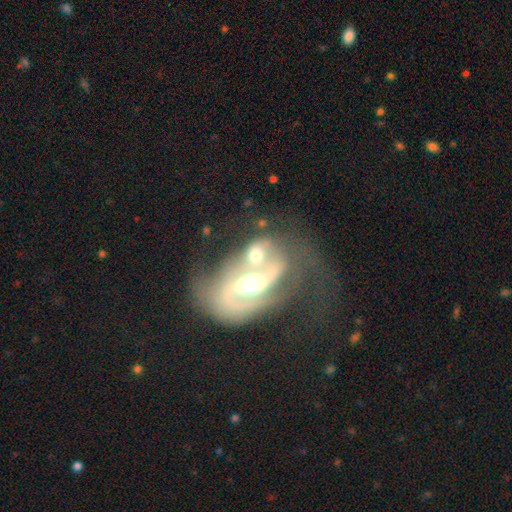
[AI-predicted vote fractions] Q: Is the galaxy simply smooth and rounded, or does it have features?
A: featured or disk — 72%.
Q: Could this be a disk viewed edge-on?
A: no — 94%.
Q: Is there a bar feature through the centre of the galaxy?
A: no — 41%.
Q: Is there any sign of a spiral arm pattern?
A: yes — 76%.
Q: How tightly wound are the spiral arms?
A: medium — 43%.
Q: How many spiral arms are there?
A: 2 — 69%.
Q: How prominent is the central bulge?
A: moderate — 58%.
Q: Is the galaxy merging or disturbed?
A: merger — 62%.